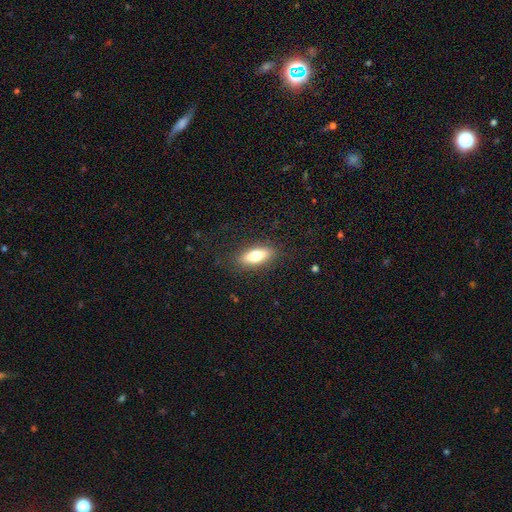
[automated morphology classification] Q: Smooth or featured?
A: smooth (73%); runner-up: featured or disk (20%)
Q: How rounded?
A: in between (72%); runner-up: cigar-shaped (25%)
Q: Merging?
A: none (85%); runner-up: minor disturbance (10%)